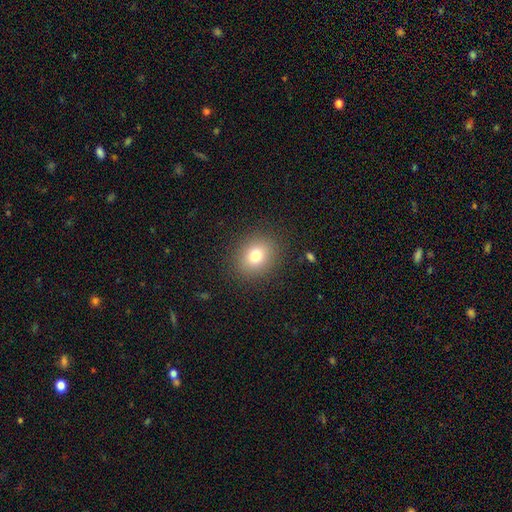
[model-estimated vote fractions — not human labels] The model was most divided on "how rounded": round: 64%, in between: 35%, cigar-shaped: 1%. More confident: merging — none (88%); smooth or featured — smooth (78%).